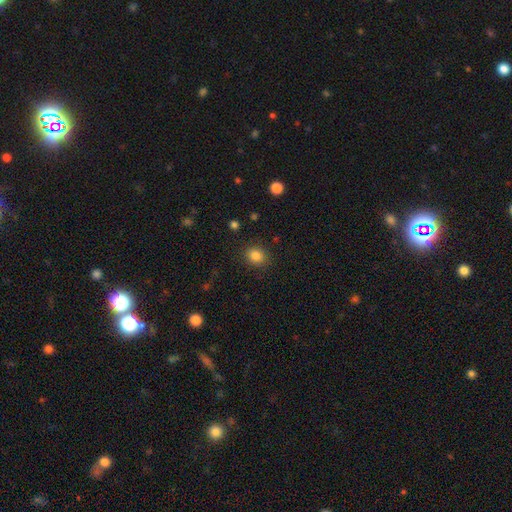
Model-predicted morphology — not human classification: Smooth or featured: smooth — 85% (star or artifact — 11%)
How rounded: round — 62% (in between — 37%)
Merging: none — 86% (minor disturbance — 9%)